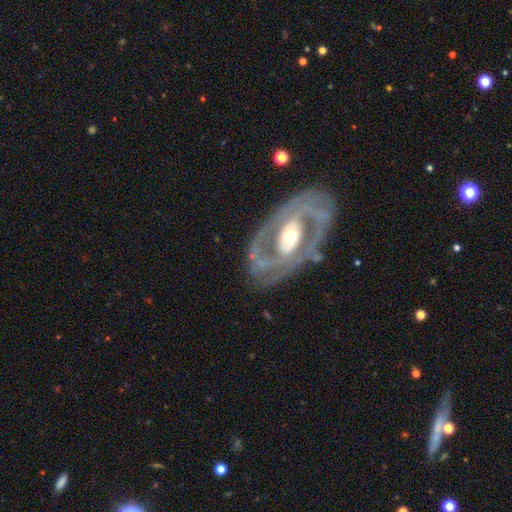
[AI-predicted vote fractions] Morphology: type=featured or disk (88%); edge-on=no (95%); bar=no (40%); spiral arms=yes (87%); winding=tight (48%); arm count=2 (77%); bulge=moderate (70%); merging=none (77%).